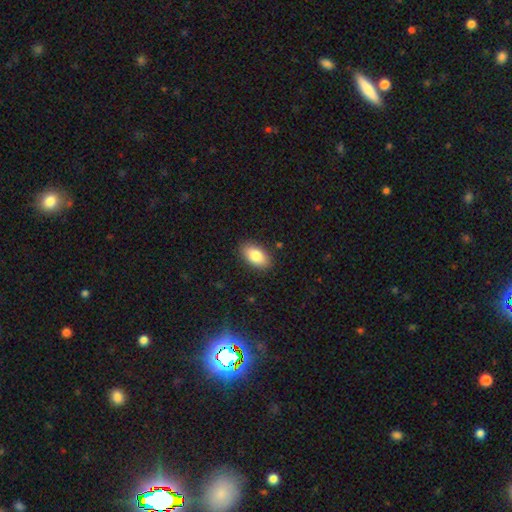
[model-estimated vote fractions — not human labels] This is clearly a smooth galaxy (84%). How rounded: clearly in between (93%). Merging: clearly none (88%).